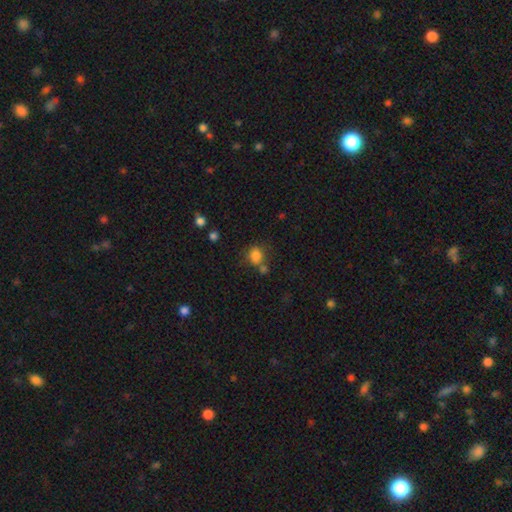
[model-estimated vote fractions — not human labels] A smooth galaxy with no disk features (82%) that is round (67%). Merging: none (57%).